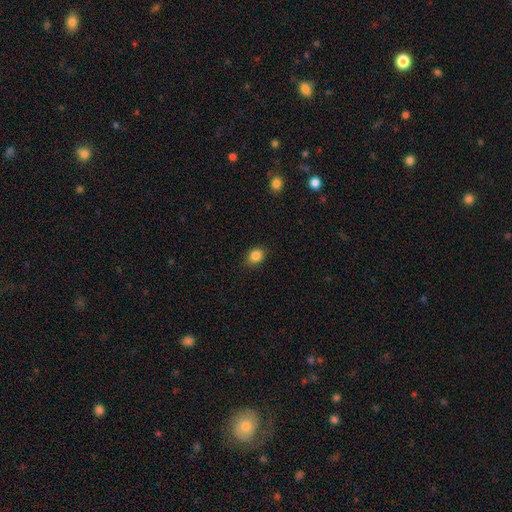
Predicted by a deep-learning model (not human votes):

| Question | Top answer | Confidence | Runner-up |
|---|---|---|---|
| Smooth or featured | smooth | 86% | star or artifact (10%) |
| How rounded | in between | 51% | round (48%) |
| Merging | none | 85% | minor disturbance (12%) |